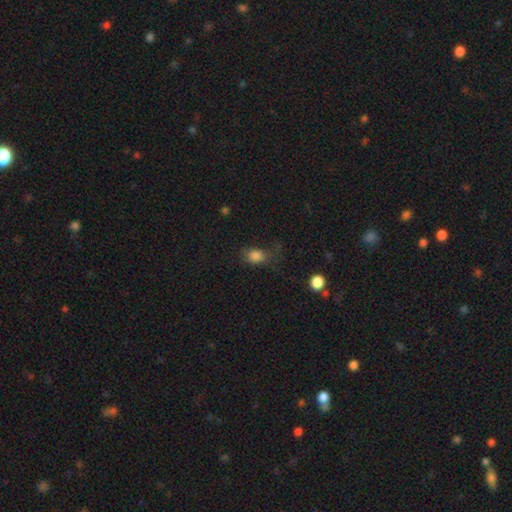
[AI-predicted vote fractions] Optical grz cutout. It shows a smooth galaxy with no disk features (82%) that is in between round and cigar-shaped (66%). Merging: none (53%).